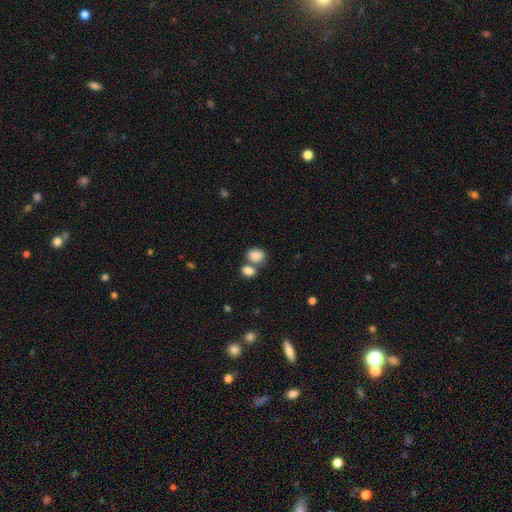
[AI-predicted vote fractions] A smooth galaxy with no disk features (86%) that is in between round and cigar-shaped (62%).

Vote fractions:
- Smooth or featured? smooth: 86% / star or artifact: 9% / featured or disk: 6%
- How rounded? in between: 62% / round: 36% / cigar-shaped: 1%
- Merging? merger: 43% (tied) / none: 43% (tied) / minor disturbance: 10% / major disturbance: 4%